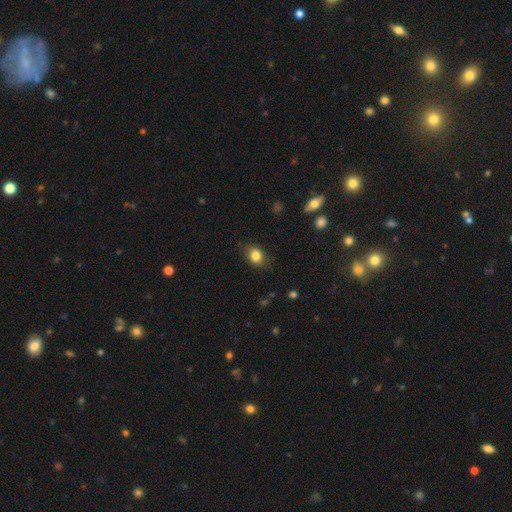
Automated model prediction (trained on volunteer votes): Q: Smooth or featured?
A: smooth (82%); runner-up: star or artifact (10%)
Q: How rounded?
A: in between (55%); runner-up: round (44%)
Q: Merging?
A: none (78%); runner-up: minor disturbance (17%)